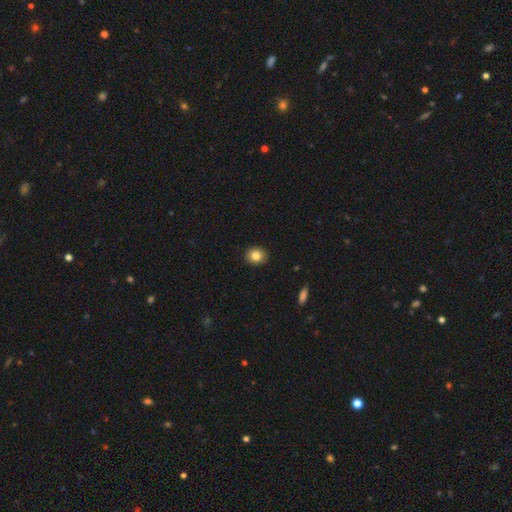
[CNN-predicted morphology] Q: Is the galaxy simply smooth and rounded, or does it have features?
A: smooth — 83%.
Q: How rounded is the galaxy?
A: round — 64%.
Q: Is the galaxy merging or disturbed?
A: none — 91%.